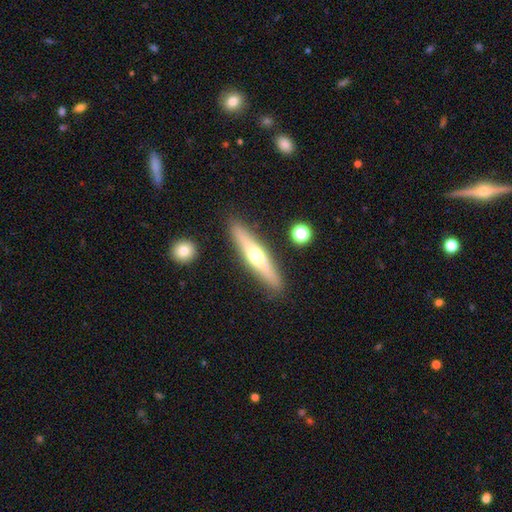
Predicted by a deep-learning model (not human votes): This appears to be a featured or disk galaxy (53%) viewed edge-on (92%). Merging: none (88%).